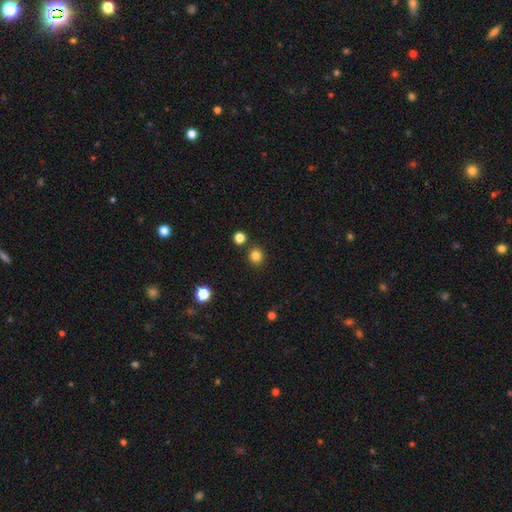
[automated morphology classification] Smooth or featured? smooth (82%)
How rounded? round (90%)
Merging? none (87%)